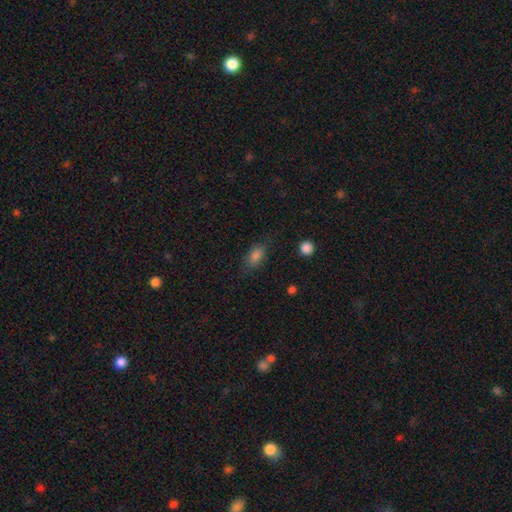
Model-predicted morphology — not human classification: Smooth or featured? smooth (80%)
How rounded? in between (84%)
Merging? none (73%)